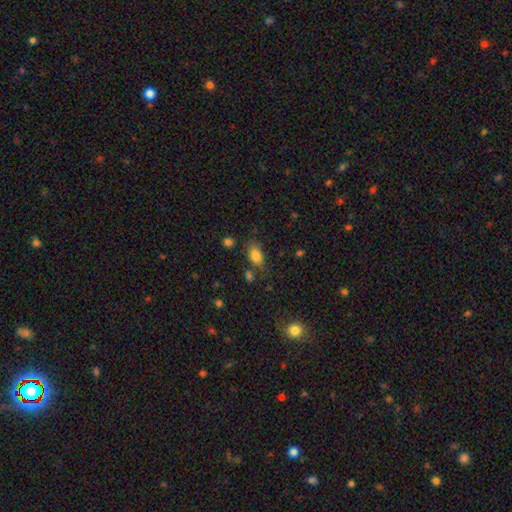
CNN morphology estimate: Smooth or featured? Predicted: smooth (p=0.83). How rounded? Predicted: in between (p=0.88). Merging? Predicted: none (p=0.69).